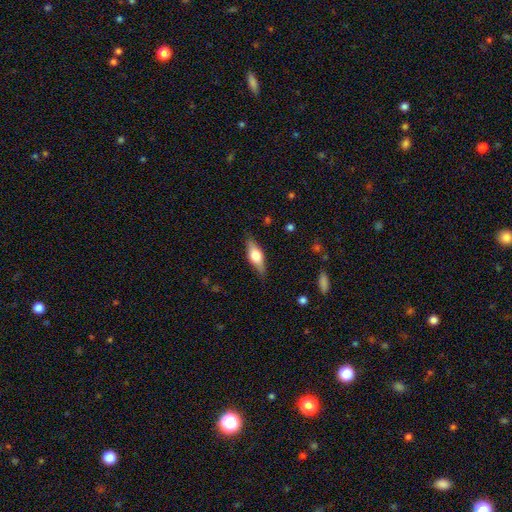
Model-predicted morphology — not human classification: featured or disk 50%, smooth 44%, star or artifact 6%. Down the decision tree: merging — none (85%).